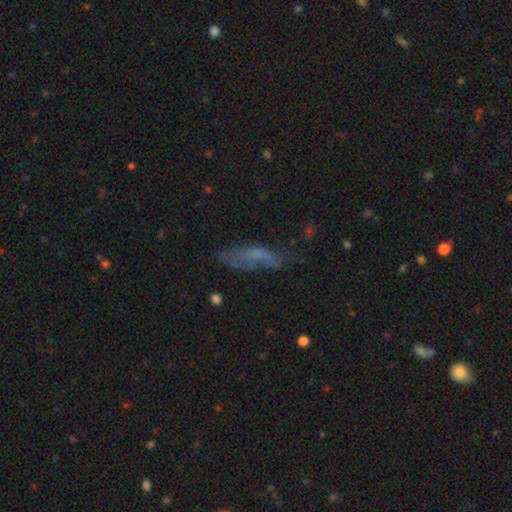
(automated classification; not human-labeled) Smooth or featured? smooth (51%)
How rounded? cigar-shaped (54%)
Merging? none (51%)